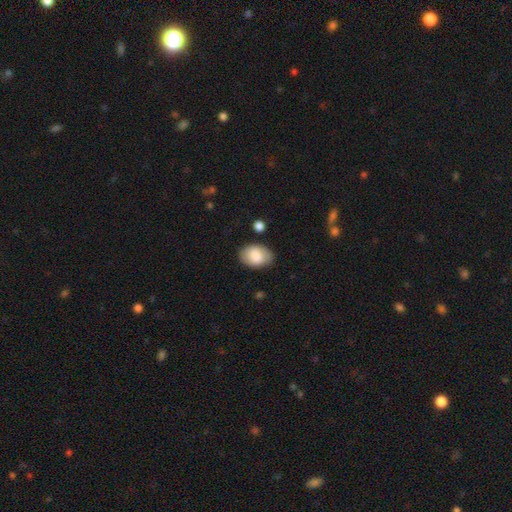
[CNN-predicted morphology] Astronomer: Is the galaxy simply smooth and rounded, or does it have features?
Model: smooth — 81%.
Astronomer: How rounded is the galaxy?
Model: in between — 86%.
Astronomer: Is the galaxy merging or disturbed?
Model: none — 79%.